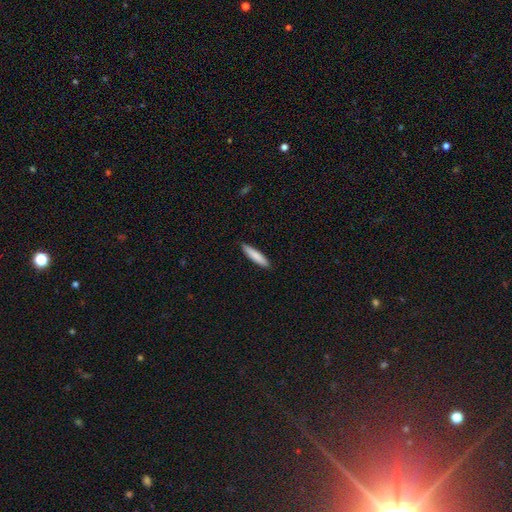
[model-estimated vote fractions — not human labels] Morphology: type=smooth (84%); roundness=cigar-shaped (85%); merging=none (90%).